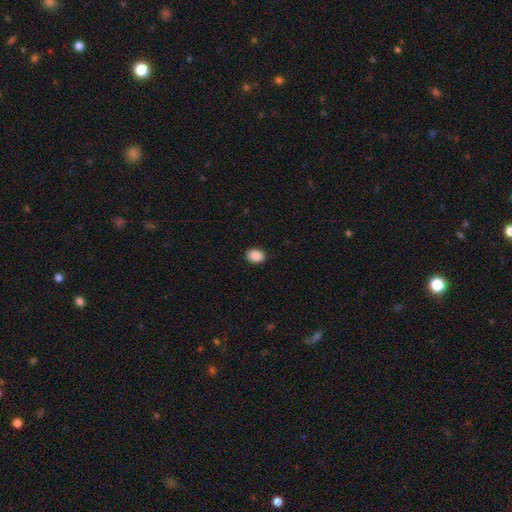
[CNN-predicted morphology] type=smooth (89%); roundness=in between (68%); merging=none (90%).